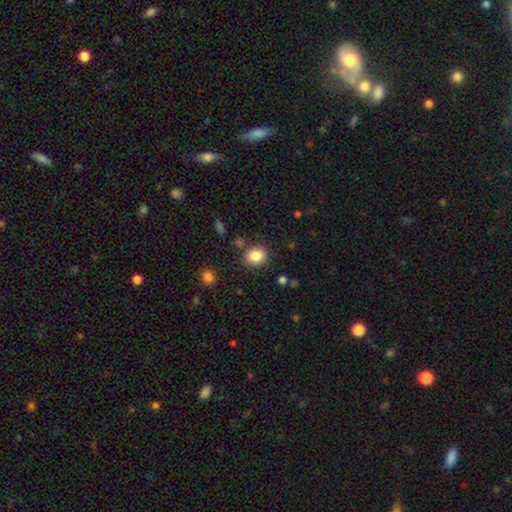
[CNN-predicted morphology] type=smooth (85%); roundness=round (55%); merging=none (81%).